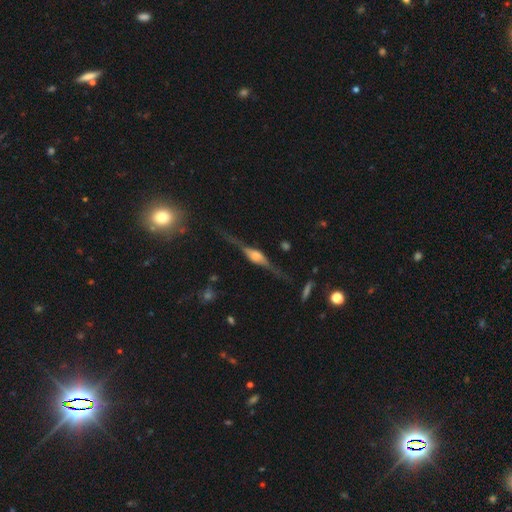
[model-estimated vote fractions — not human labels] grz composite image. It shows a featured or disk galaxy (87%) viewed edge-on (97%) with a rounded central bulge (86%). Merging: none (83%).